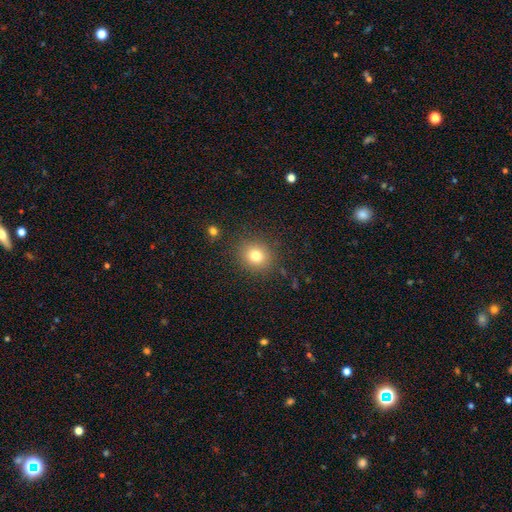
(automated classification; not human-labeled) Overall: smooth (78%). How rounded: round (76%). Merging: none (86%).